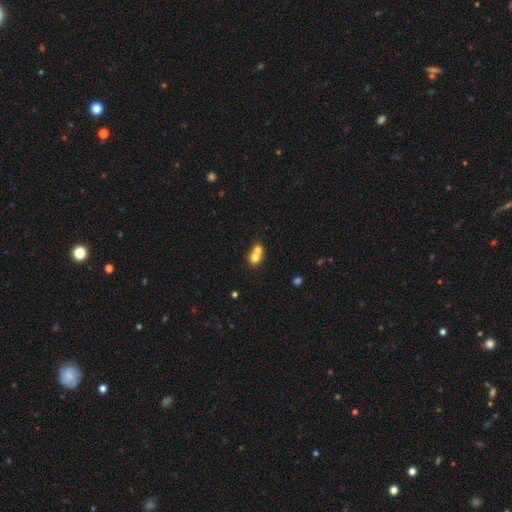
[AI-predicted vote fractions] This is likely a smooth galaxy (72%). How rounded: likely round (71%). Merging: likely merger (70%).